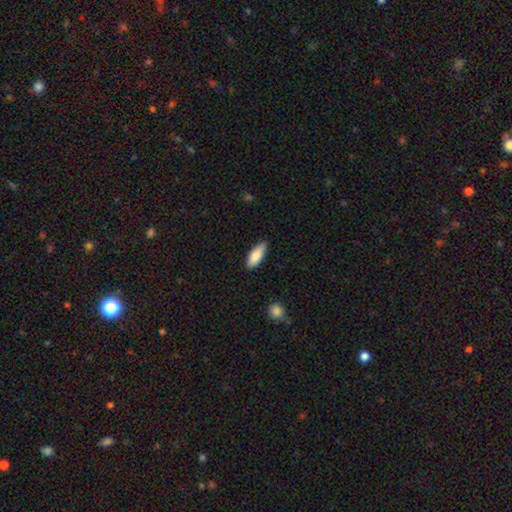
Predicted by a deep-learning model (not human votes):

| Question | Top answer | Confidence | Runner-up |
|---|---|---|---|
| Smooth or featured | smooth | 84% | featured or disk (10%) |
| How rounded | in between | 76% | cigar-shaped (23%) |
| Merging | none | 84% | minor disturbance (12%) |